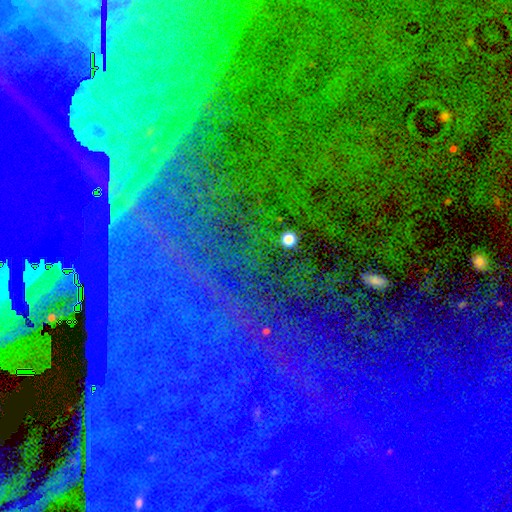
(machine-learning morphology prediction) smooth-or-featured: star or artifact: 85% | featured or disk: 9% | smooth: 7%